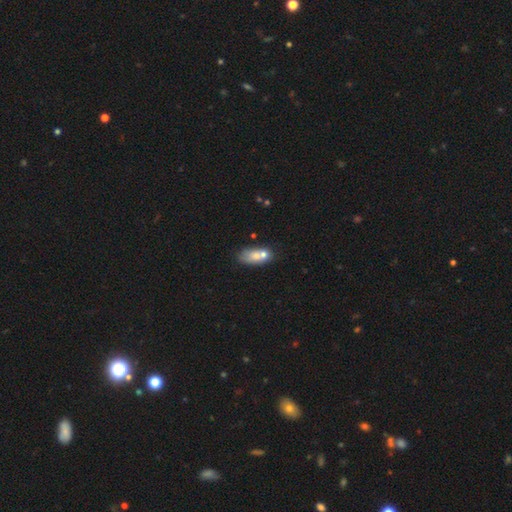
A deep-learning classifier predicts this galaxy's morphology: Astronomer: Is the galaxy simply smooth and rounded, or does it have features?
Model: smooth — 66%.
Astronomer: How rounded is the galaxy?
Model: in between — 79%.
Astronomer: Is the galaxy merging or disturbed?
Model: none — 38%, tied with merger at 38%.